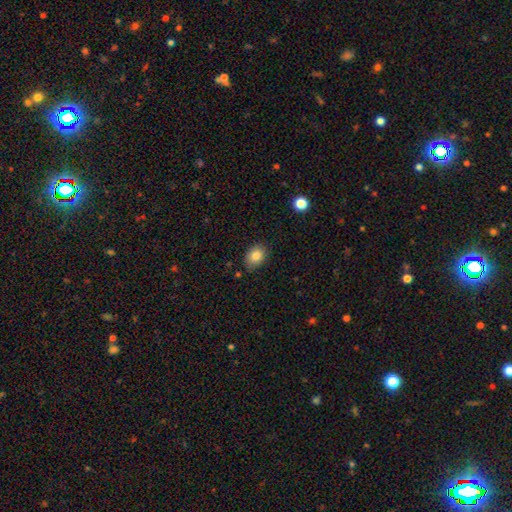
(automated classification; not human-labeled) A smooth galaxy with no disk features (84%) that is in between round and cigar-shaped (76%). Merging: none (79%).